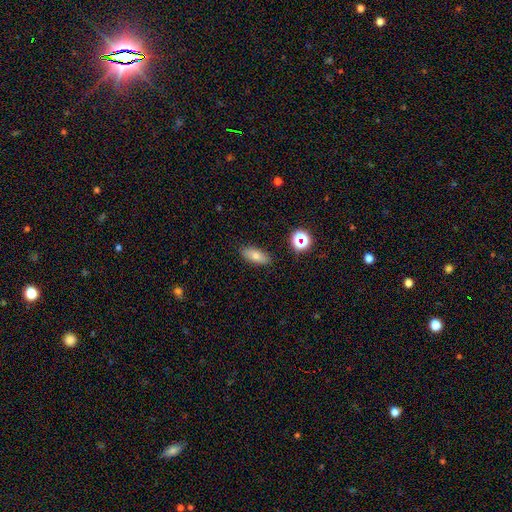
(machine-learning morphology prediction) The model was most divided on "smooth or featured": smooth: 73%, featured or disk: 17%, star or artifact: 11%. More confident: merging — none (88%); how rounded — in between (77%).